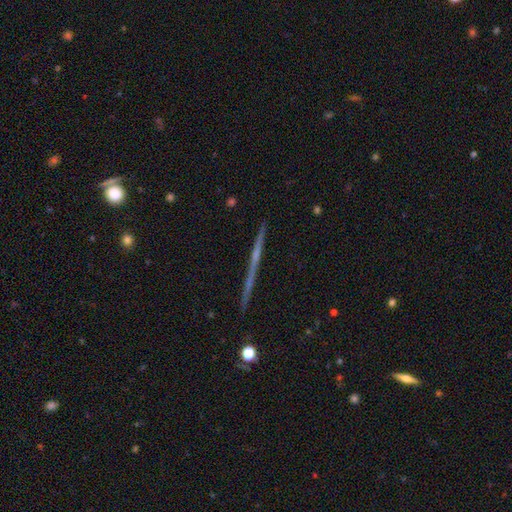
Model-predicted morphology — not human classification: Smooth or featured?
  - featured or disk: 70% *
  - smooth: 21%
  - star or artifact: 9%
Edge-on disk?
  - yes: 98% *
  - no: 2%
Edge-on bulge?
  - none: 75% *
  - rounded: 20%
  - boxy: 6%
Merging?
  - none: 91% *
  - minor disturbance: 6%
  - merger: 1%
  - major disturbance: 1%